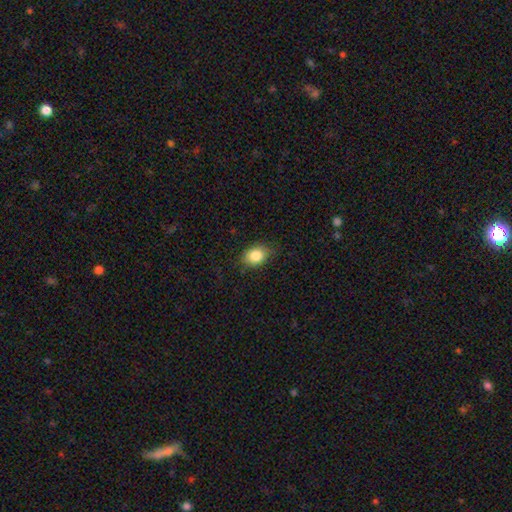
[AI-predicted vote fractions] The model was most divided on "how rounded": in between: 68%, round: 31%, cigar-shaped: 1%. More confident: smooth or featured — smooth (85%); merging — none (82%).